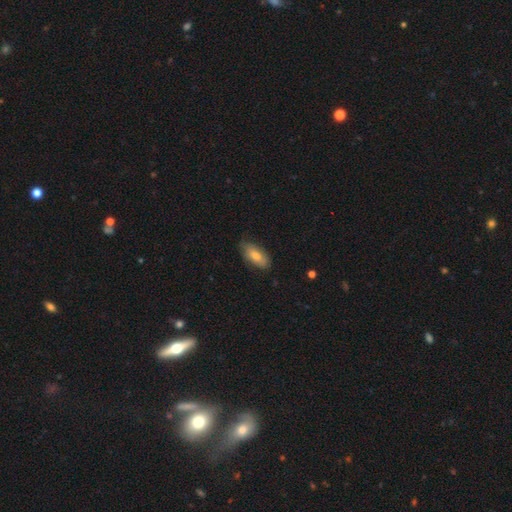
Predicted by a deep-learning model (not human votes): Morphology: type=smooth (77%); roundness=in between (86%); merging=none (79%).